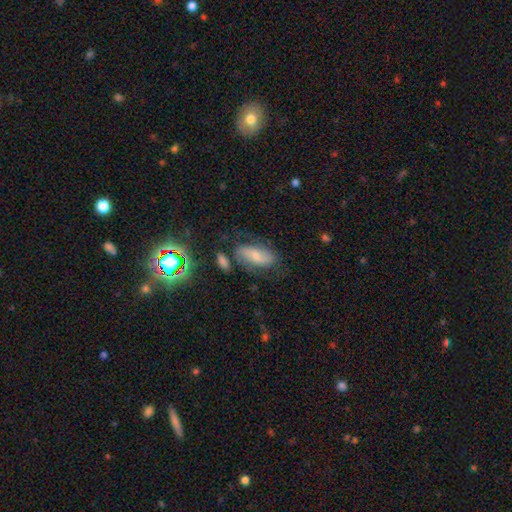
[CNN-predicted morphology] Smooth or featured: featured or disk — 44% (smooth — 43%)
Merging: none — 59% (minor disturbance — 22%)